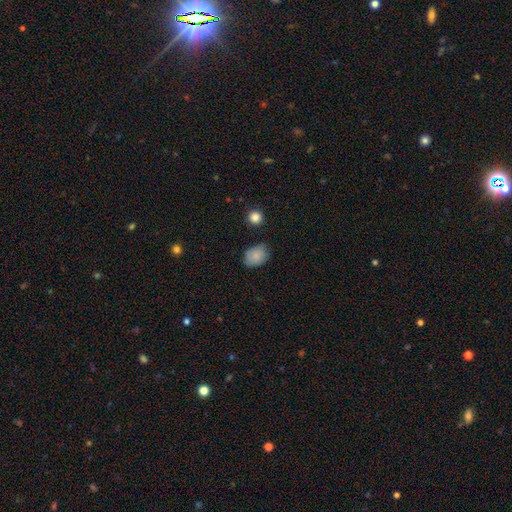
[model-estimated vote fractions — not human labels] Q: Smooth or featured?
A: smooth (80%); runner-up: featured or disk (12%)
Q: How rounded?
A: in between (64%); runner-up: round (35%)
Q: Merging?
A: none (72%); runner-up: minor disturbance (22%)